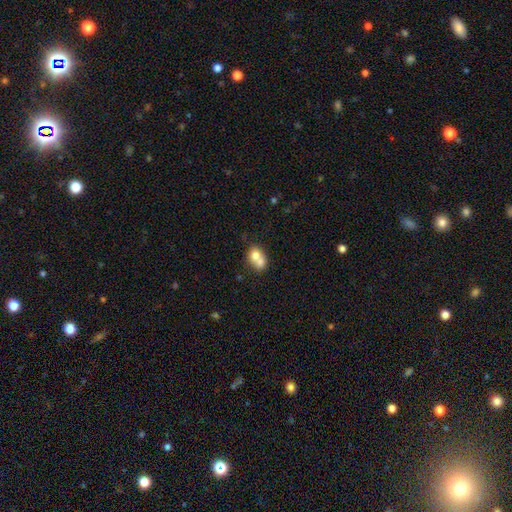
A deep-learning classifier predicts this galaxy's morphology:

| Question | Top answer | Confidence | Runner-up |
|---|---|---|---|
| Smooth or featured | smooth | 70% | featured or disk (21%) |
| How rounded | round | 52% | in between (46%) |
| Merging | merger | 63% | none (26%) |